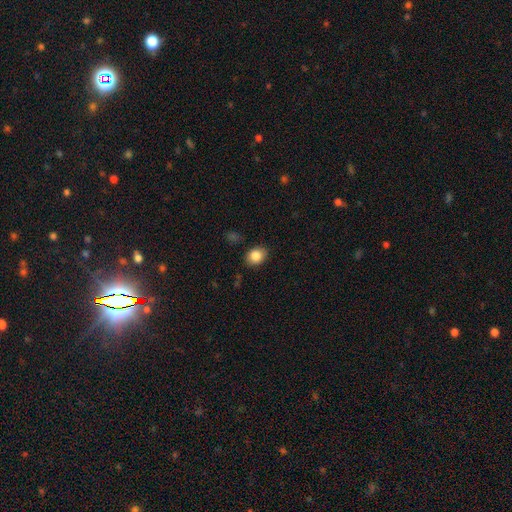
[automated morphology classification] Smooth or featured? Predicted: smooth (p=0.85). How rounded? Predicted: in between (p=0.55). Merging? Predicted: none (p=0.85).